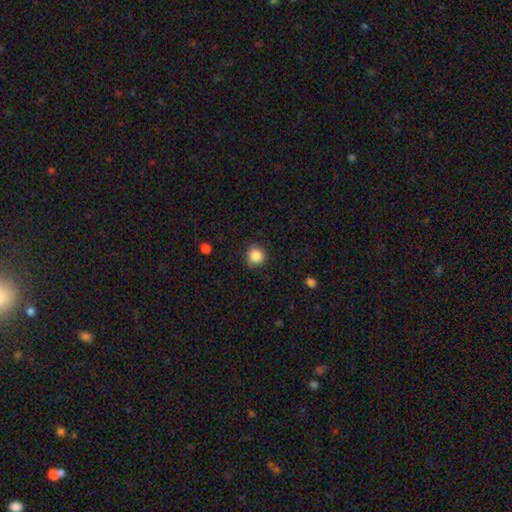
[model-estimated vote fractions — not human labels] A smooth galaxy with no disk features (86%) that is round (93%). Merging: none (87%).